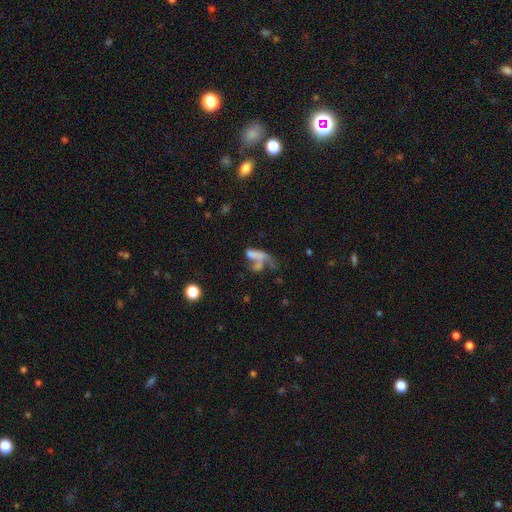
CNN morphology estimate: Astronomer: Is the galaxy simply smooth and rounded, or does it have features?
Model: smooth — 47% (runner-up: featured or disk, 37%).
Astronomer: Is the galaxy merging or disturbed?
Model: merger — 42% (runner-up: major disturbance, 29%).